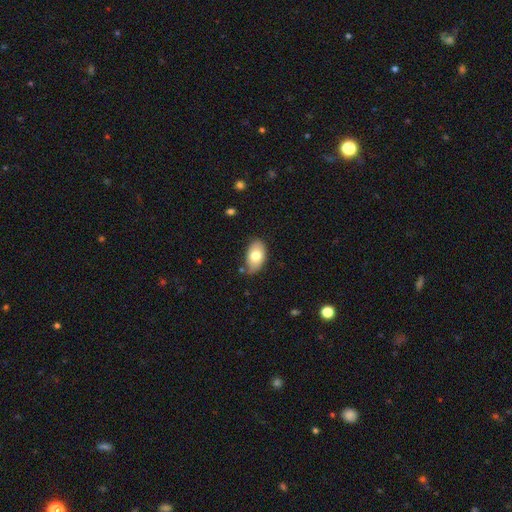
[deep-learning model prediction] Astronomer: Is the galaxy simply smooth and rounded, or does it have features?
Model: smooth — 76%.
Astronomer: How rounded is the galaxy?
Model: in between — 92%.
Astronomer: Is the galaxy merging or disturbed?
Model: none — 76%.